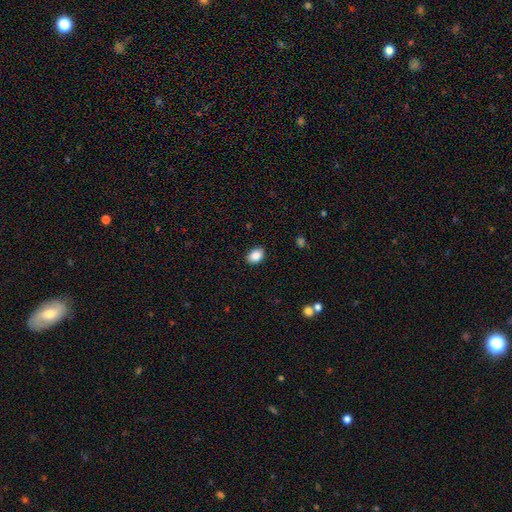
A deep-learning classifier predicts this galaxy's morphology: Smooth or featured: smooth — 87% (star or artifact — 8%)
How rounded: in between — 77% (round — 22%)
Merging: none — 88% (minor disturbance — 9%)